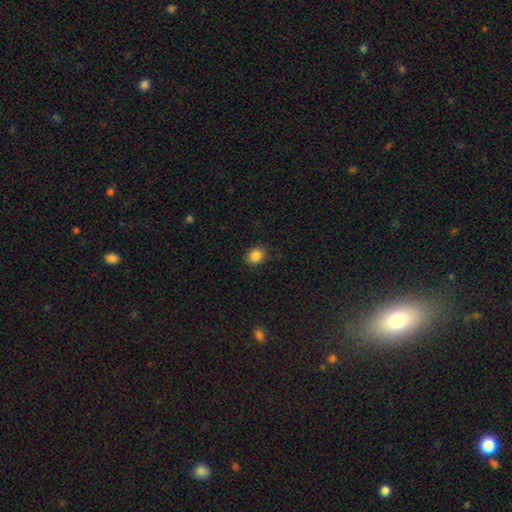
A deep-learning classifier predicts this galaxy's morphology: A smooth galaxy with no disk features (85%) that is round (58%).

Vote fractions:
- Smooth or featured? smooth: 85% / star or artifact: 10% / featured or disk: 5%
- How rounded? round: 58% / in between: 41% / cigar-shaped: 1%
- Merging? none: 85% / minor disturbance: 11% / major disturbance: 3% / merger: 1%